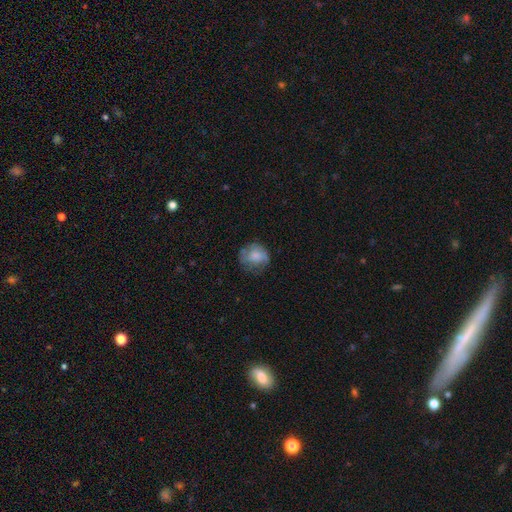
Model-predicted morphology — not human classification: This is likely a smooth galaxy (64%). How rounded: likely round (79%). Merging: possibly none (60%).